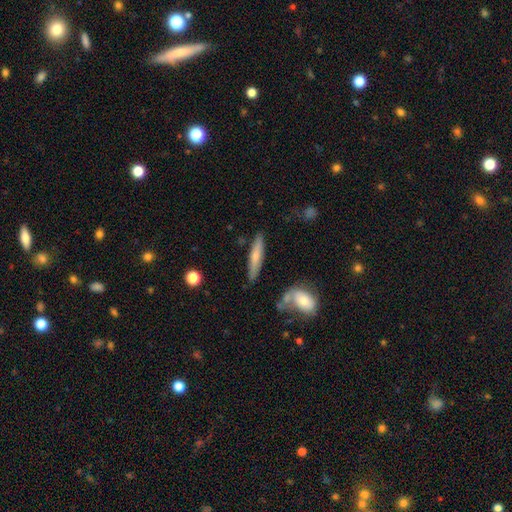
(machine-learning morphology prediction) Overall: smooth (61%; featured or disk 33%). How rounded: cigar-shaped (86%). Merging: none (81%).